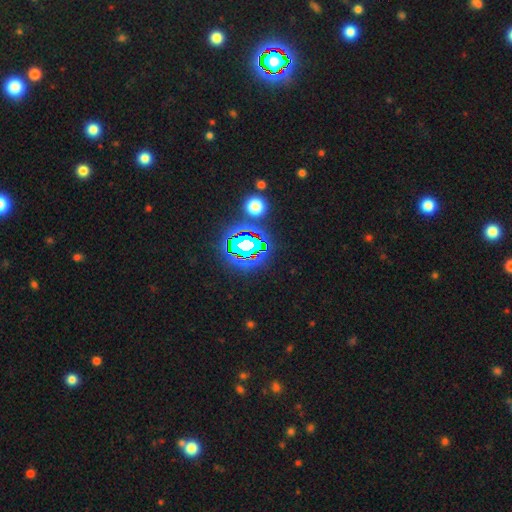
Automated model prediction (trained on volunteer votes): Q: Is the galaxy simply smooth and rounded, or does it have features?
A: star or artifact — 82%.